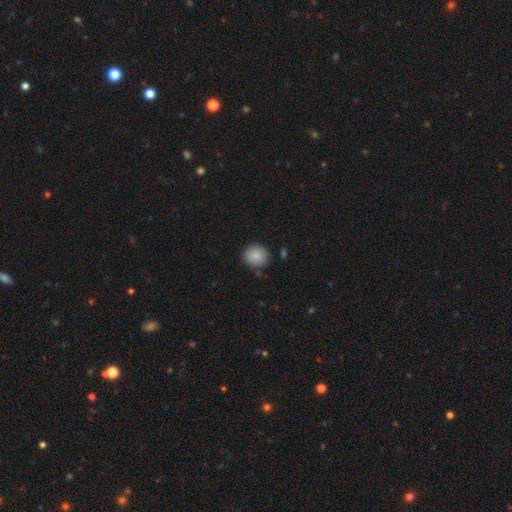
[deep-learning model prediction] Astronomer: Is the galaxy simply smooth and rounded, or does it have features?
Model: smooth — 87%.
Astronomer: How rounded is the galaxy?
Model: round — 86%.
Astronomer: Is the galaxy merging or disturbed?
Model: none — 87%.